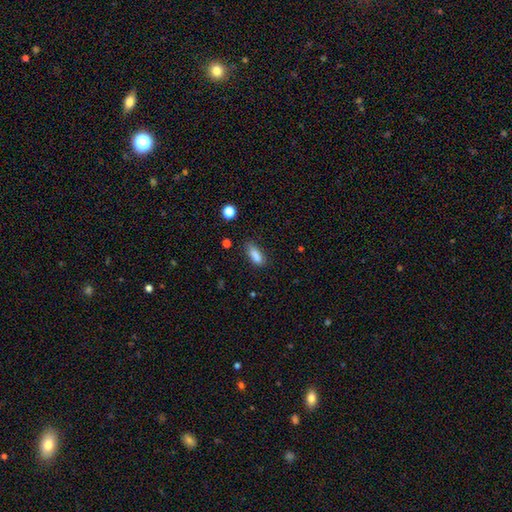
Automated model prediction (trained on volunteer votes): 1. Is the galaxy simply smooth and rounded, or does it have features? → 84% smooth, 10% star or artifact, 7% featured or disk.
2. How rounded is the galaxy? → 73% in between, 23% cigar-shaped, 4% round.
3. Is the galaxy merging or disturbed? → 67% none, 23% minor disturbance, 6% major disturbance, 4% merger.